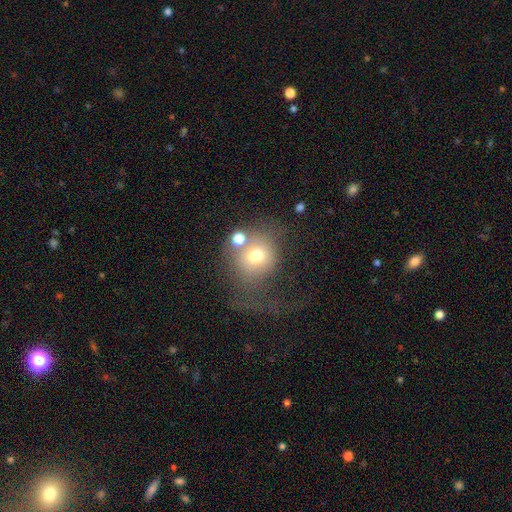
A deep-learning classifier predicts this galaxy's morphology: Smooth or featured? Predicted: smooth (p=0.65). How rounded? Predicted: round (p=0.83). Merging? Predicted: none (p=0.35).